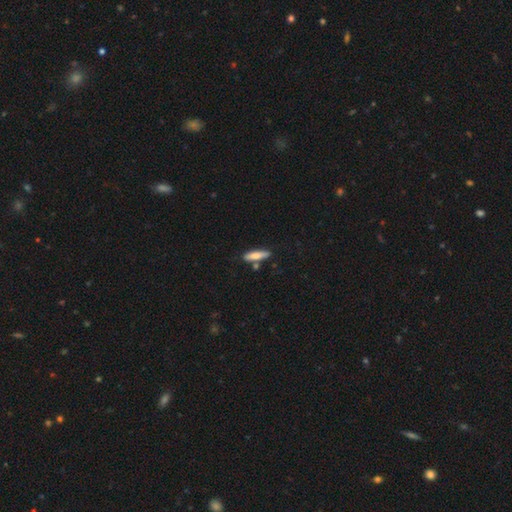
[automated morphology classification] Smooth or featured: smooth — 77% (featured or disk — 17%)
How rounded: cigar-shaped — 73% (in between — 25%)
Merging: none — 77% (minor disturbance — 13%)